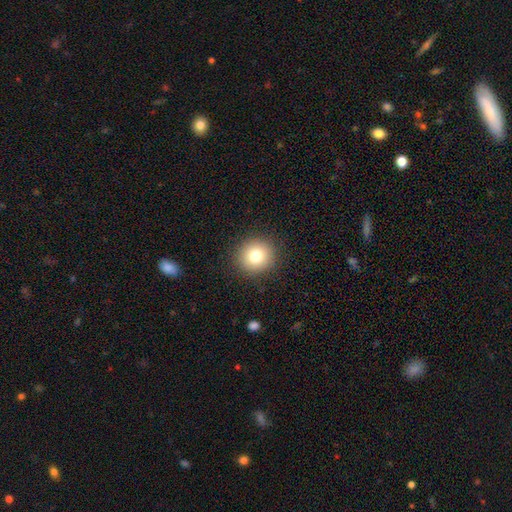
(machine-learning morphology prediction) Smooth or featured: smooth — 78% (star or artifact — 12%)
How rounded: round — 91% (in between — 8%)
Merging: none — 91% (minor disturbance — 6%)